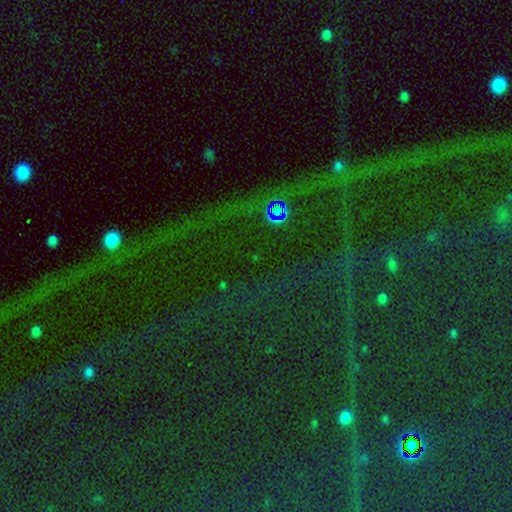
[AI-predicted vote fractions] A star or artifact, not a galaxy (79%).